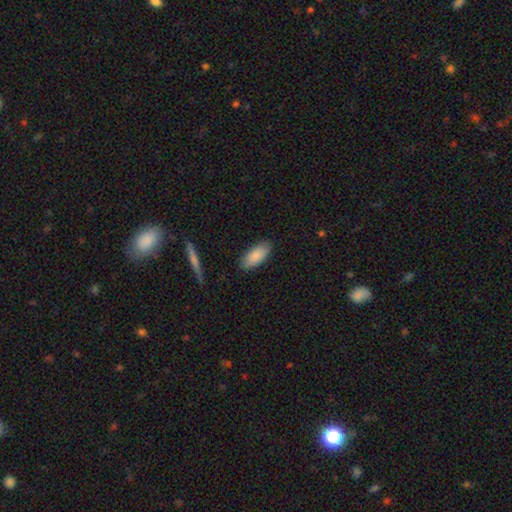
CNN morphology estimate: smooth 87%, featured or disk 7%, star or artifact 6%. Down the decision tree: how rounded — in between (85%); merging — none (86%).